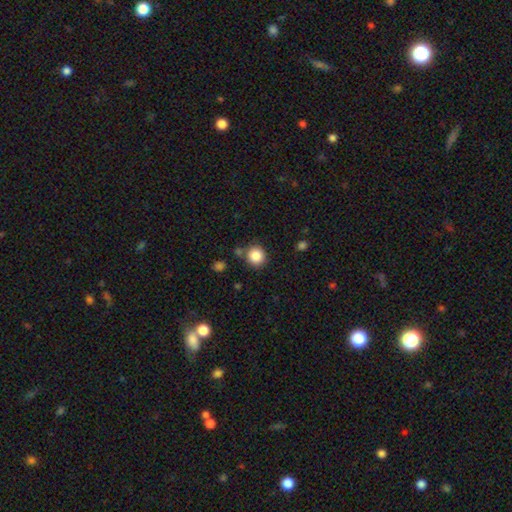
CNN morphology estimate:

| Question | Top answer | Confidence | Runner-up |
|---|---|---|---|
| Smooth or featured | smooth | 86% | star or artifact (10%) |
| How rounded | round | 91% | in between (8%) |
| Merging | none | 82% | minor disturbance (9%) |